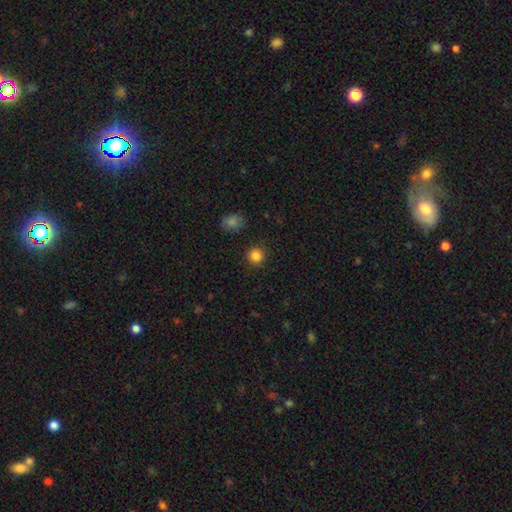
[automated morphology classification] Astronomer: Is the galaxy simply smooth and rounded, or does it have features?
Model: smooth — 85%.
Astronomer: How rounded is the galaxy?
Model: round — 94%.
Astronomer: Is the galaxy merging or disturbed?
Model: none — 91%.